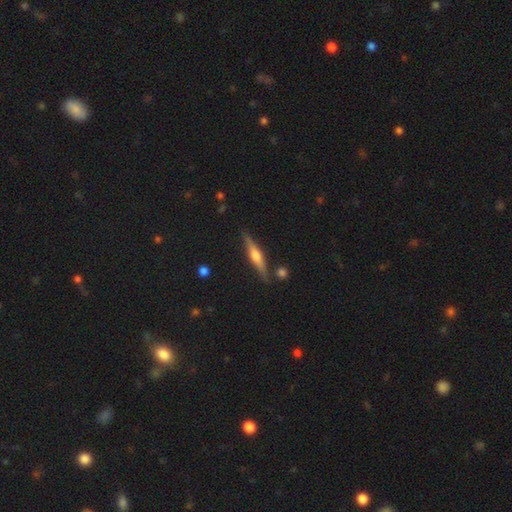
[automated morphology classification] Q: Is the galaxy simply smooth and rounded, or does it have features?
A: featured or disk — 65%.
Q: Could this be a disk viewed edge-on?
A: yes — 97%.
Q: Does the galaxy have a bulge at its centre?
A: rounded — 85%.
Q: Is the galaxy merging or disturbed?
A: none — 86%.